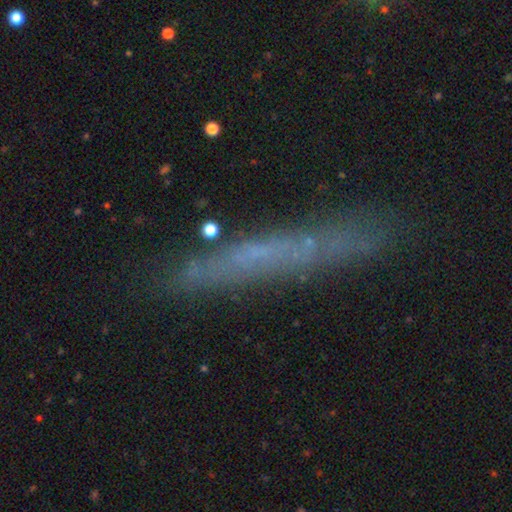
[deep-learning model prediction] smooth_or_featured: smooth (p=0.42) [alt: featured or disk p=0.41]
merging: none (p=0.79) [alt: minor disturbance p=0.13]